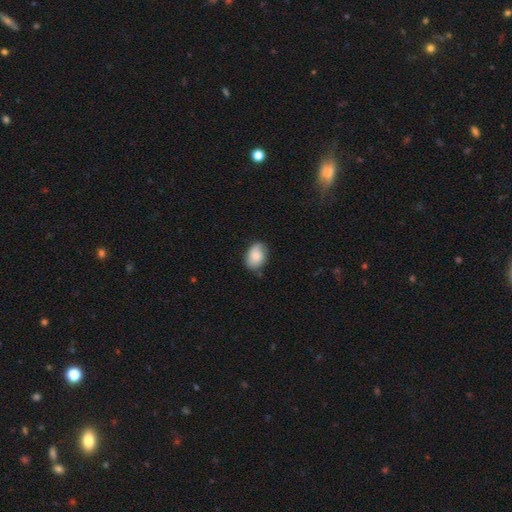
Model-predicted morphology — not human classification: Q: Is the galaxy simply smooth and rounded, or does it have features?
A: smooth — 76%.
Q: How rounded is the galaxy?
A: in between — 77%.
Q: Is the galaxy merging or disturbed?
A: none — 67%.